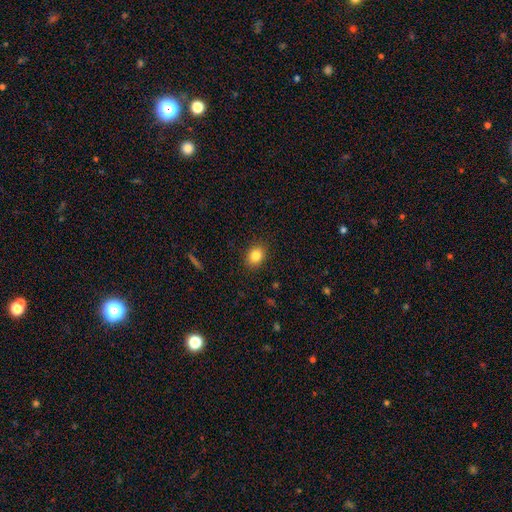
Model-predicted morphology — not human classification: Smooth or featured? smooth (84%)
How rounded? in between (50%)
Merging? none (89%)